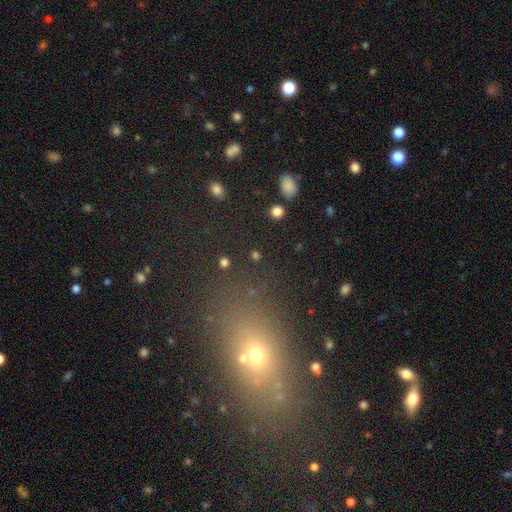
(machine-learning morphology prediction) smooth-or-featured: smooth: 57% | star or artifact: 32% | featured or disk: 12%
  how-rounded: round: 60% | in between: 35% | cigar-shaped: 5%
  merging: none: 76% | minor disturbance: 11% | major disturbance: 7% | merger: 7%